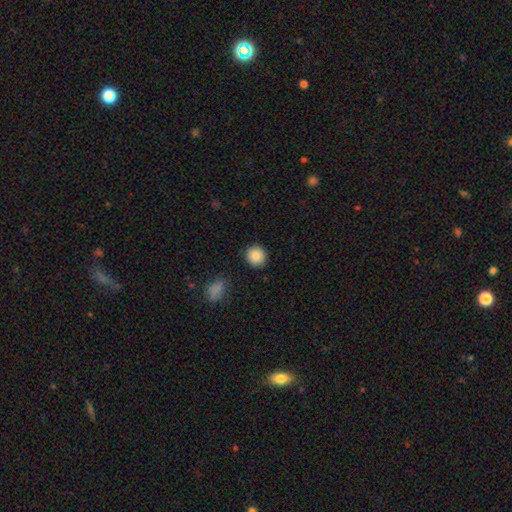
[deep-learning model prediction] Smooth or featured?
  - smooth: 88% *
  - star or artifact: 8%
  - featured or disk: 4%
How rounded?
  - round: 89% *
  - in between: 10%
  - cigar-shaped: 1%
Merging?
  - none: 89% *
  - minor disturbance: 7%
  - major disturbance: 2%
  - merger: 2%